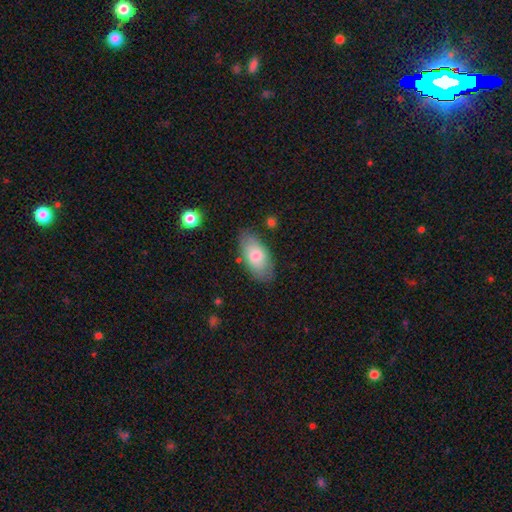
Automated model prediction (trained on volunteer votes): smooth_or_featured: smooth (p=0.77) [alt: featured or disk p=0.17]
how_rounded: in between (p=0.92) [alt: cigar-shaped p=0.05]
merging: none (p=0.78) [alt: minor disturbance p=0.16]